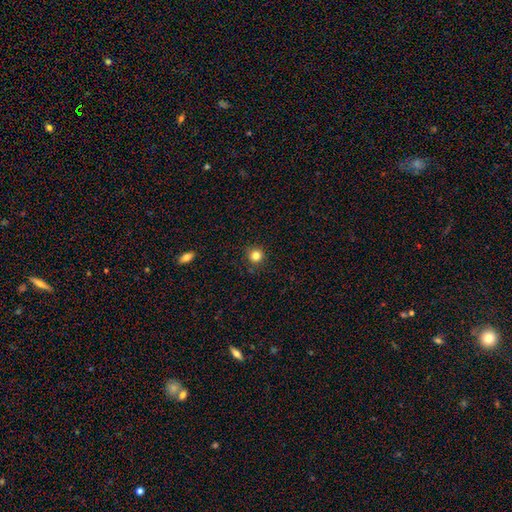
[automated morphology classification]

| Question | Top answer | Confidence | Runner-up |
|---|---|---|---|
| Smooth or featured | smooth | 83% | star or artifact (12%) |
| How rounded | round | 93% | in between (6%) |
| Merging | none | 89% | minor disturbance (8%) |